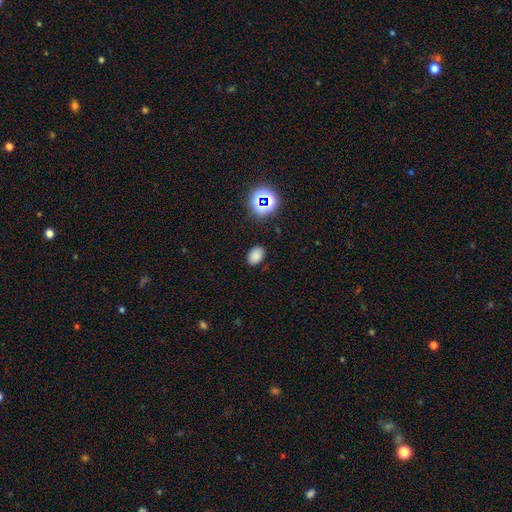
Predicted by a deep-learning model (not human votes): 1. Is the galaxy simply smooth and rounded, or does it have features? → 78% smooth, 17% star or artifact, 5% featured or disk.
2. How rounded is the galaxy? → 82% in between, 17% round, 1% cigar-shaped.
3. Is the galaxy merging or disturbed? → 85% none, 10% minor disturbance, 3% major disturbance, 2% merger.